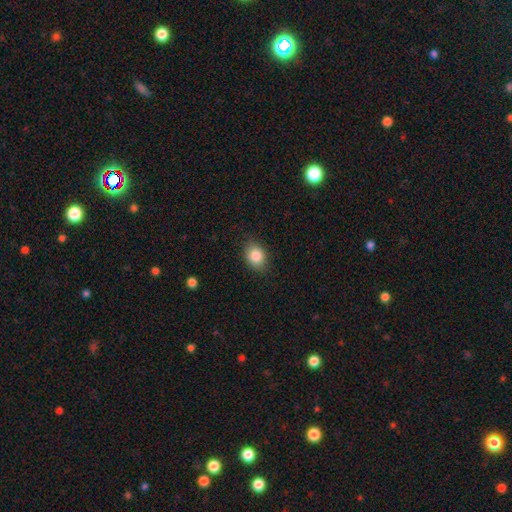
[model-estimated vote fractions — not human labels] Overall: smooth (85%). How rounded: in between (60%; round 39%). Merging: none (83%).